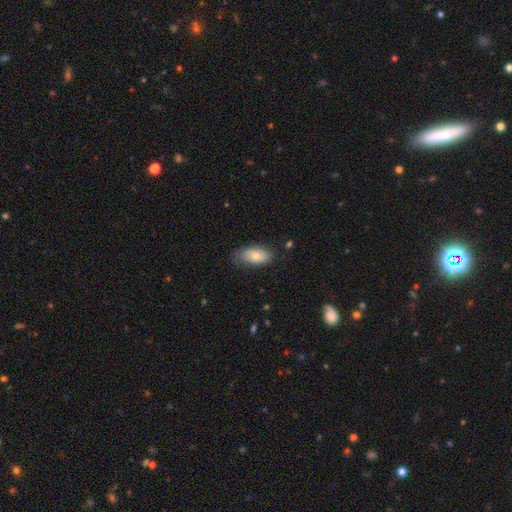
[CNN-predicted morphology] The model was most divided on "merging": none: 65%, minor disturbance: 27%, major disturbance: 6%, merger: 1%. More confident: how rounded — in between (92%); smooth or featured — smooth (73%).